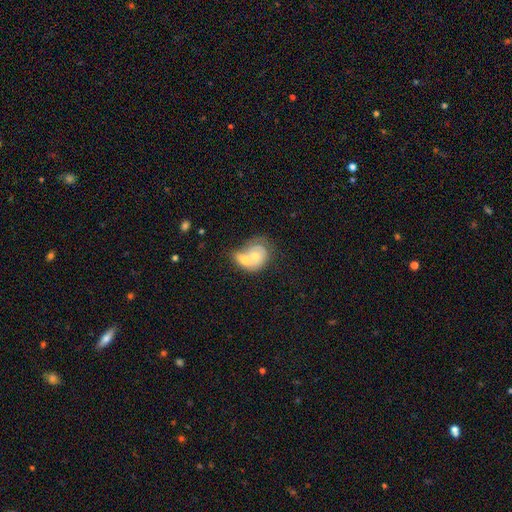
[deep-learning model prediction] A smooth galaxy with no disk features (50%).

Vote fractions:
- Smooth or featured? smooth: 50% / featured or disk: 44% / star or artifact: 6%
- Merging? merger: 75% / none: 12% / minor disturbance: 7% / major disturbance: 6%